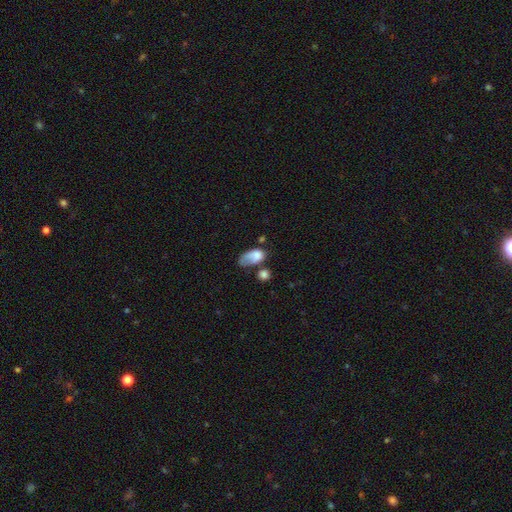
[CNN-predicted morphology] A smooth galaxy with no disk features (71%) that is in between round and cigar-shaped (87%).

Vote fractions:
- Smooth or featured? smooth: 71% / featured or disk: 20% / star or artifact: 9%
- How rounded? in between: 87% / round: 11% / cigar-shaped: 2%
- Merging? major disturbance: 35% / minor disturbance: 24% / none: 22% / merger: 20%